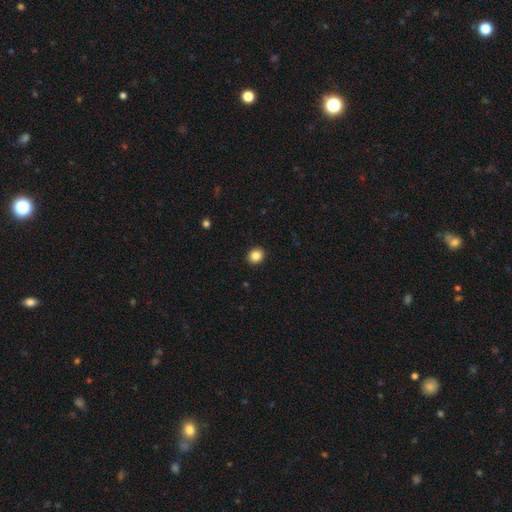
A smooth galaxy with no disk features (82%) that is round (58%). Merging: none (100%).